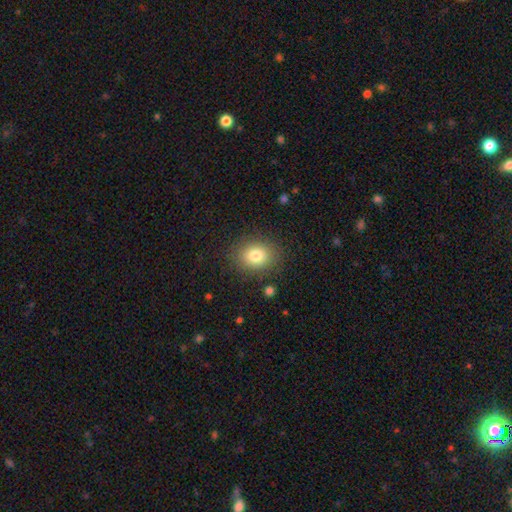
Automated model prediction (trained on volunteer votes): Smooth or featured: smooth — 80% (star or artifact — 10%)
How rounded: round — 52% (in between — 47%)
Merging: none — 85% (minor disturbance — 10%)